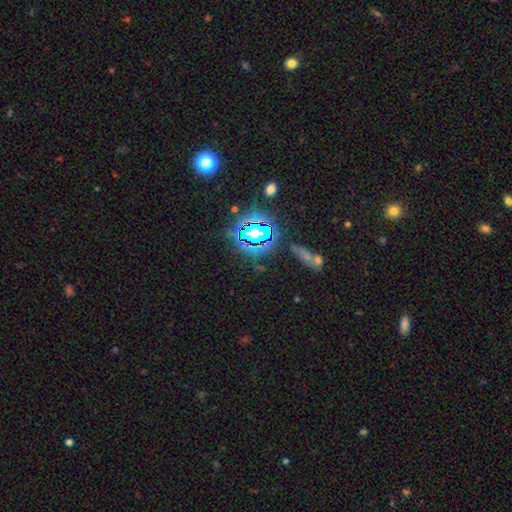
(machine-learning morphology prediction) Overall: star or artifact (79%).